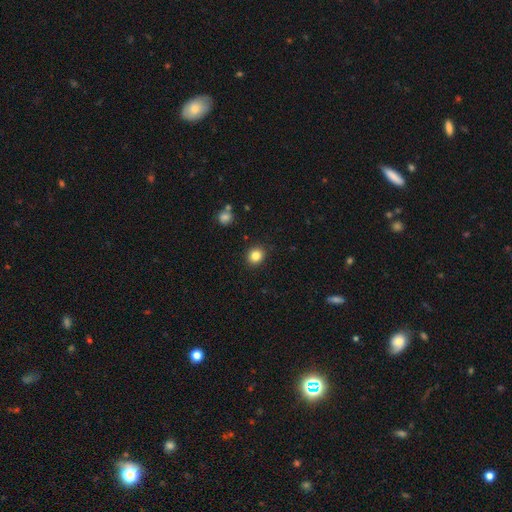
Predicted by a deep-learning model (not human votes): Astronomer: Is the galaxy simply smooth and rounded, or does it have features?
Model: smooth — 84%.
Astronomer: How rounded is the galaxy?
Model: round — 78%.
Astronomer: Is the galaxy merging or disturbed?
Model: none — 90%.